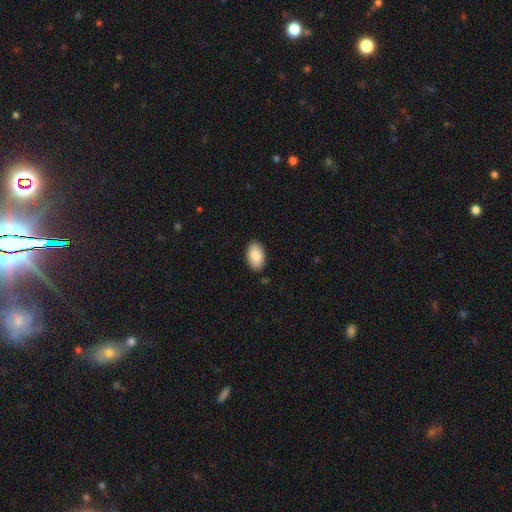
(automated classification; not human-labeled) A smooth galaxy with no disk features (88%) that is in between round and cigar-shaped (94%). Merging: none (88%).